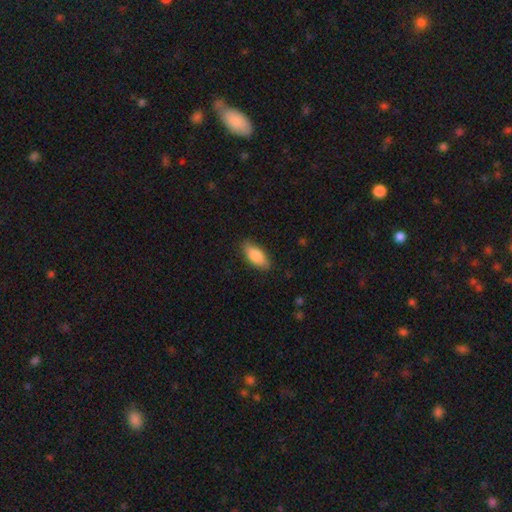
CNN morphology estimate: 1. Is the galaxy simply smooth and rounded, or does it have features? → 83% smooth, 11% featured or disk, 6% star or artifact.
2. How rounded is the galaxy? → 84% in between, 13% cigar-shaped, 3% round.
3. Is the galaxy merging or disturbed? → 85% none, 12% minor disturbance, 2% major disturbance, 1% merger.